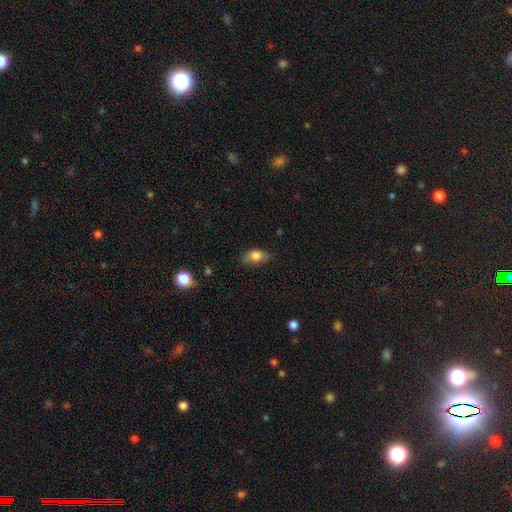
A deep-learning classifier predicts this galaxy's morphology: Smooth or featured: smooth — 81% (featured or disk — 11%)
How rounded: in between — 87% (round — 9%)
Merging: none — 70% (minor disturbance — 24%)